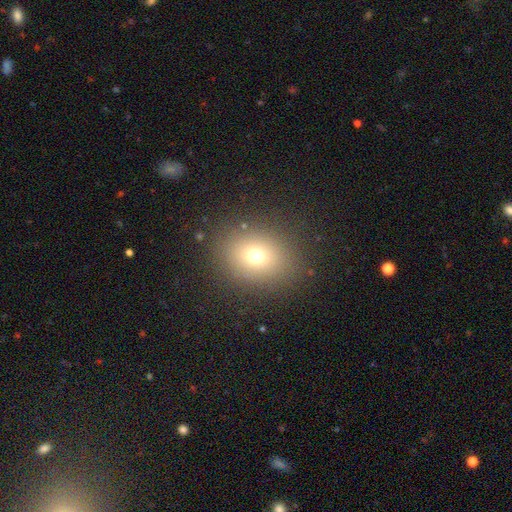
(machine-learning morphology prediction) Smooth or featured? Predicted: smooth (p=0.70). How rounded? Predicted: round (p=0.52). Merging? Predicted: none (p=0.86).